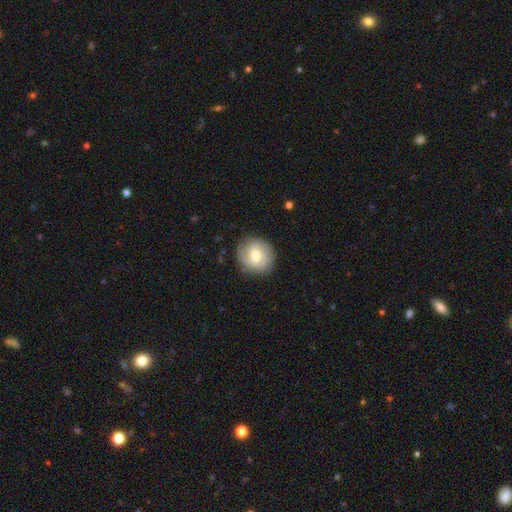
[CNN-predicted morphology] Smooth or featured? Predicted: featured or disk (p=0.52). Edge-on disk? Predicted: no (p=0.97). Bar? Predicted: weak (p=0.48). Spiral arms? Predicted: yes (p=0.83). Bulge size? Predicted: moderate (p=0.60). Merging? Predicted: none (p=0.85).